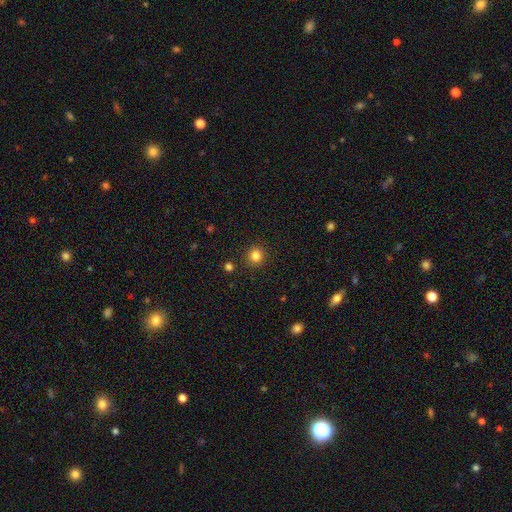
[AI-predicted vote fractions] This appears to be a smooth galaxy with no disk features (83%) that is round (91%). Merging: none (90%).